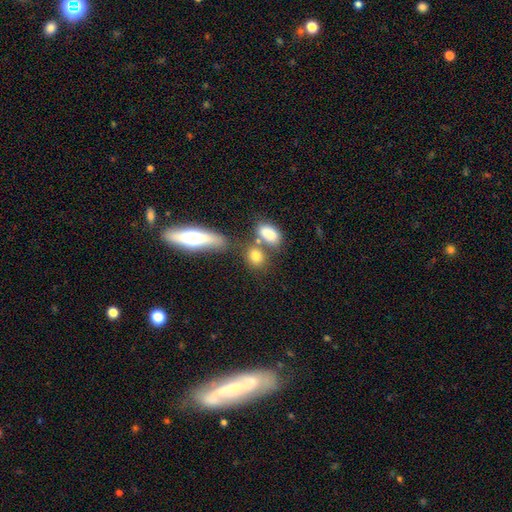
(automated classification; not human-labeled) The model was most divided on "how rounded": in between: 54%, round: 42%, cigar-shaped: 4%. More confident: smooth or featured — smooth (79%); merging — none (52%).